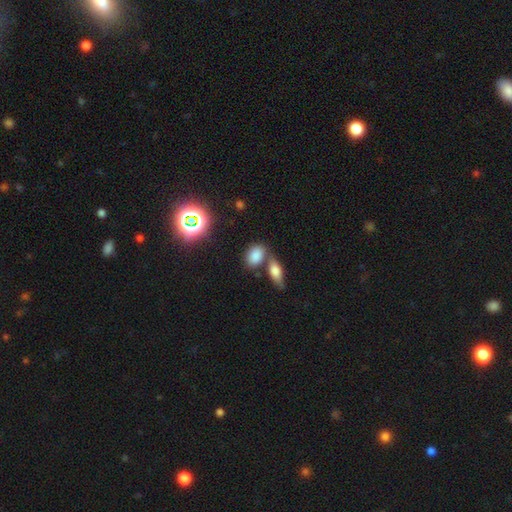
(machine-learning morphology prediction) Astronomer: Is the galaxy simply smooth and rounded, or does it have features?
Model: smooth — 79%.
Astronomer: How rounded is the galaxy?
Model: in between — 81%.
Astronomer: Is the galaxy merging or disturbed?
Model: none — 57%.